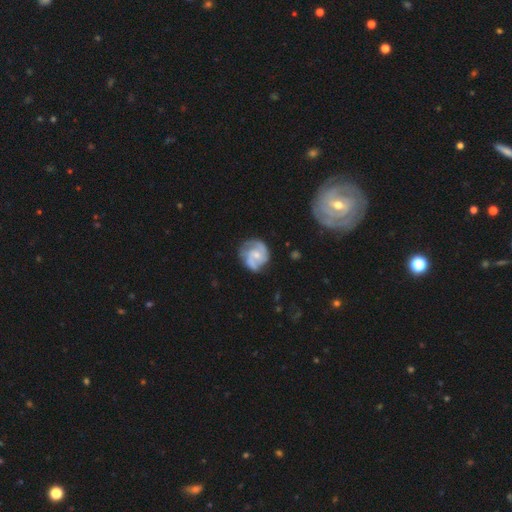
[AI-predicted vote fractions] A featured or disk galaxy (80%) with no bar (63%), 2 (61%) medium (47%) spiral arms (95%) and a small central bulge (52%). Merging: none (67%).